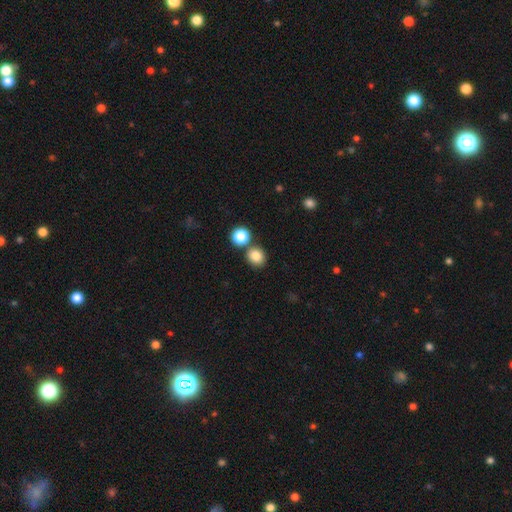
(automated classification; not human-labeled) smooth-or-featured: smooth: 82% | star or artifact: 12% | featured or disk: 6%
  how-rounded: round: 77% | in between: 22% | cigar-shaped: 1%
  merging: none: 71% | merger: 17% | minor disturbance: 9% | major disturbance: 3%